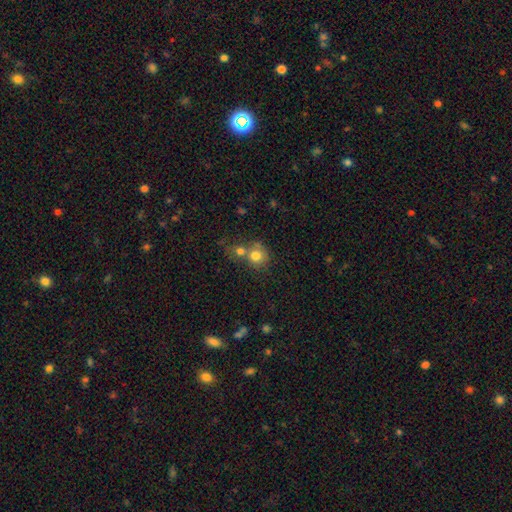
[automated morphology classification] type=smooth (78%); roundness=round (83%); merging=merger (48%).